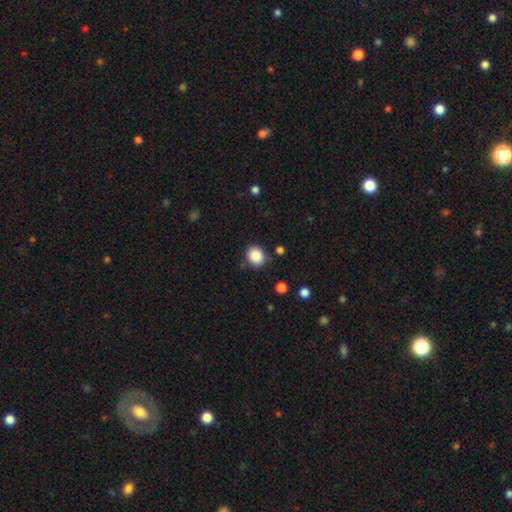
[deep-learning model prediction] Smooth or featured?
  - smooth: 86% *
  - star or artifact: 9%
  - featured or disk: 4%
How rounded?
  - round: 73% *
  - in between: 26%
  - cigar-shaped: 1%
Merging?
  - none: 84% *
  - minor disturbance: 10%
  - merger: 3%
  - major disturbance: 3%